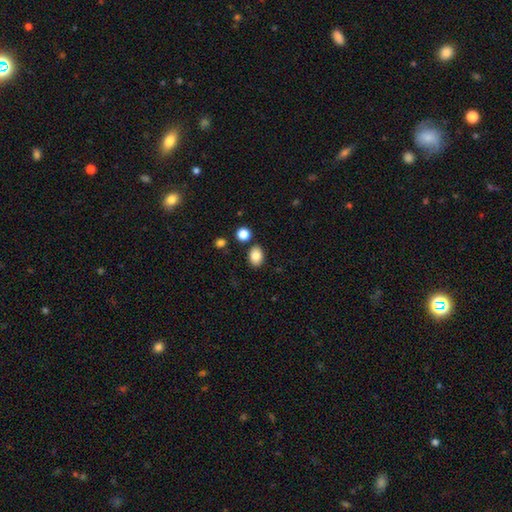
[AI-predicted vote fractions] A smooth galaxy with no disk features (85%) that is in between round and cigar-shaped (74%). Merging: none (84%).